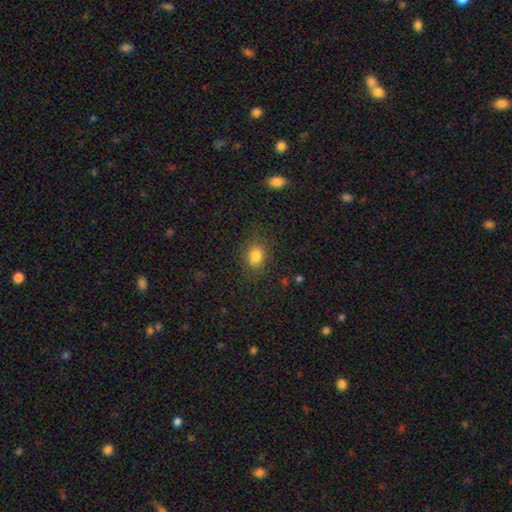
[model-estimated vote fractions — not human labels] A smooth galaxy with no disk features (83%) that is round (50%). Merging: none (81%).